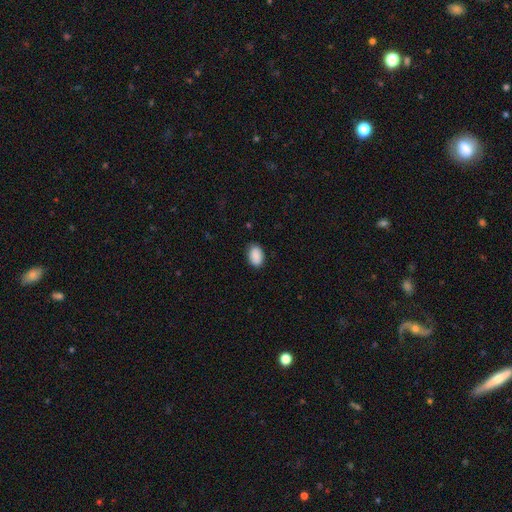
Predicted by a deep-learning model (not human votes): Q: Smooth or featured?
A: smooth (89%); runner-up: star or artifact (7%)
Q: How rounded?
A: in between (87%); runner-up: round (12%)
Q: Merging?
A: none (83%); runner-up: minor disturbance (13%)